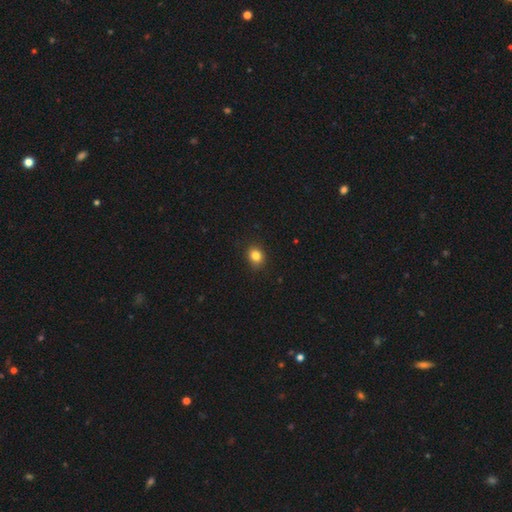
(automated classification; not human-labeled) This appears to be a smooth galaxy with no disk features (83%) that is round (61%). Merging: none (87%).